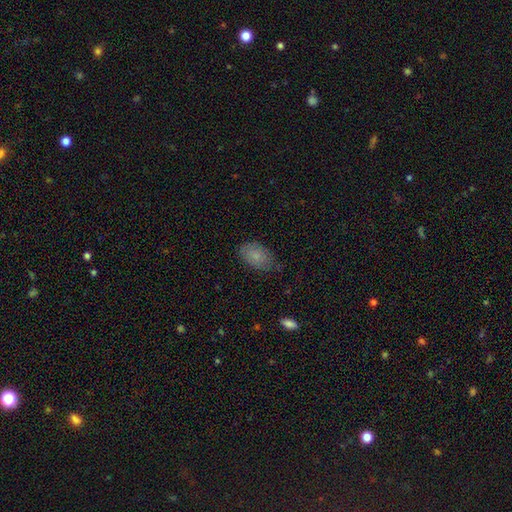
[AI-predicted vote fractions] Smooth or featured: smooth — 80% (featured or disk — 12%)
How rounded: in between — 91% (round — 7%)
Merging: none — 70% (minor disturbance — 24%)